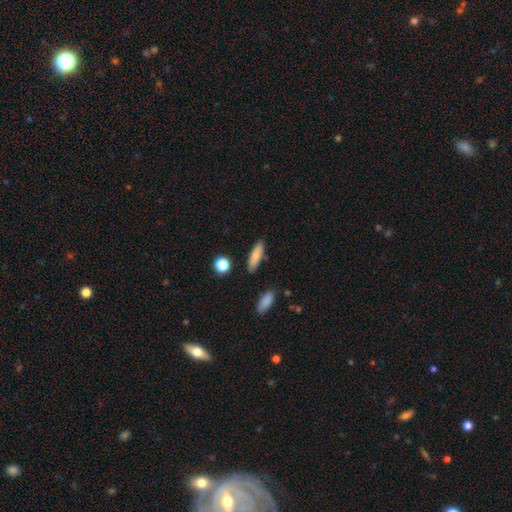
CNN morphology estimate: This appears to be a smooth galaxy with no disk features (80%) that is cigar-shaped (58%). Merging: none (84%).